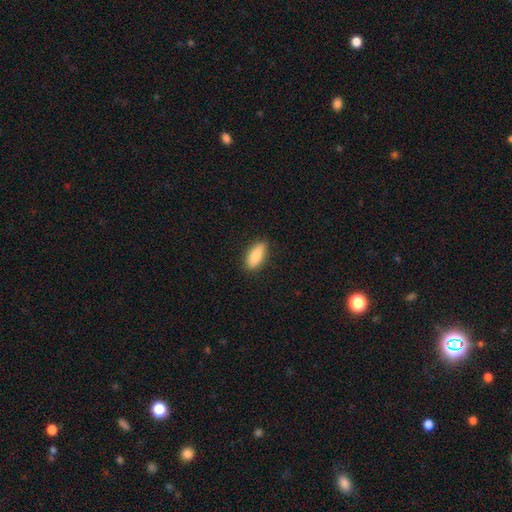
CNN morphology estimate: A smooth galaxy with no disk features (84%) that is in between round and cigar-shaped (79%). Merging: none (85%).